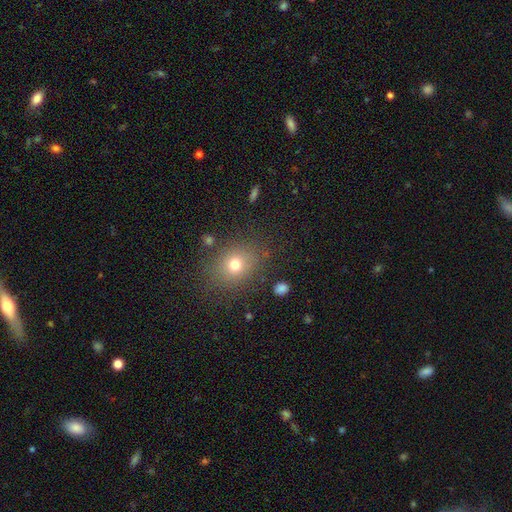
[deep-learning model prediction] smooth-or-featured: smooth: 67% | star or artifact: 22% | featured or disk: 10%
  how-rounded: round: 62% | in between: 36% | cigar-shaped: 1%
  merging: none: 86% | minor disturbance: 9% | major disturbance: 3% | merger: 3%